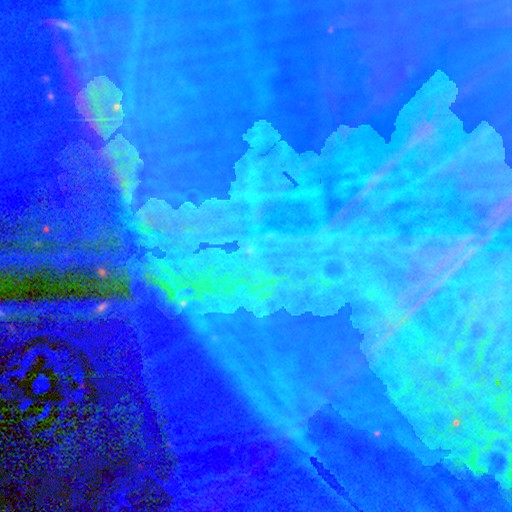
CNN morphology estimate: Smooth or featured?
  - star or artifact: 85% *
  - featured or disk: 9%
  - smooth: 6%